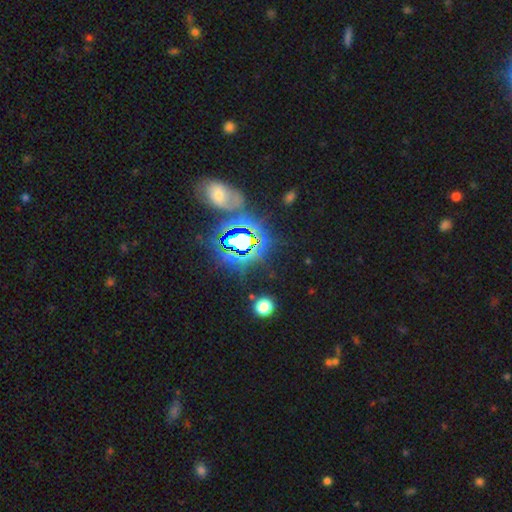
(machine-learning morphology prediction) smooth_or_featured: star or artifact (p=0.75) [alt: smooth p=0.15]